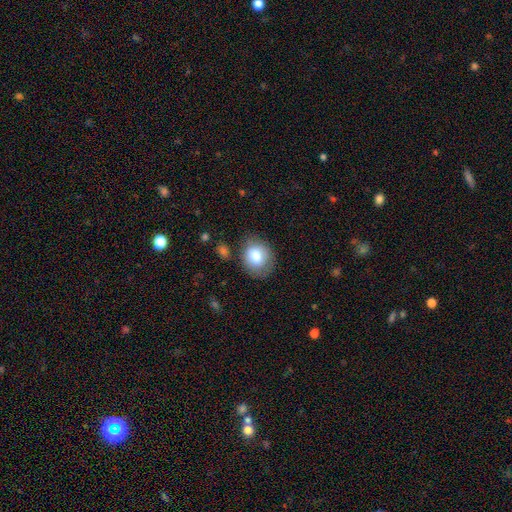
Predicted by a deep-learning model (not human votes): Smooth or featured? smooth (79%)
How rounded? round (51%)
Merging? none (69%)